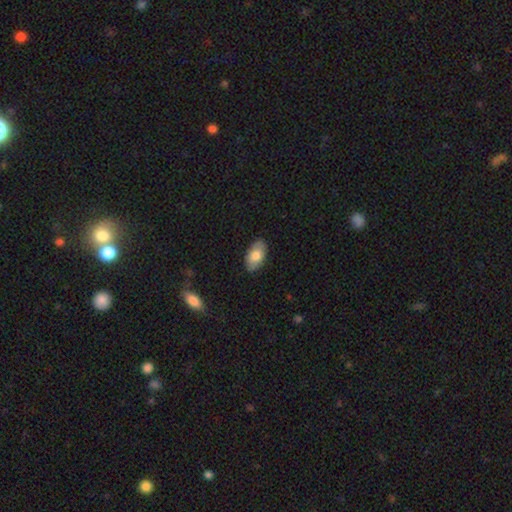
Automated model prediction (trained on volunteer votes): smooth-or-featured: smooth: 78% | featured or disk: 16% | star or artifact: 6%
  how-rounded: in between: 94% | round: 4% | cigar-shaped: 2%
  merging: none: 84% | minor disturbance: 12% | major disturbance: 2% | merger: 1%